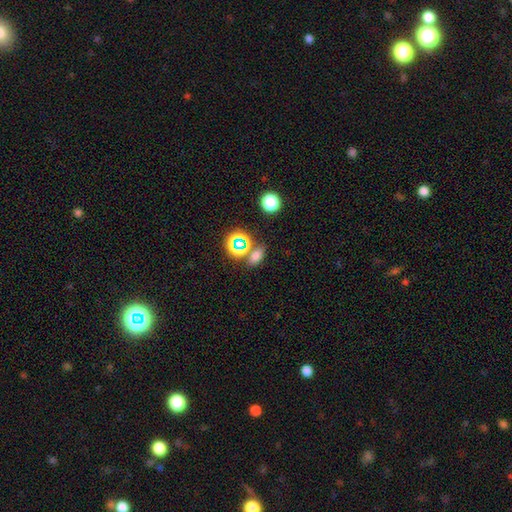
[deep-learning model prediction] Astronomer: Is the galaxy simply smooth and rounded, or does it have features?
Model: smooth — 64%.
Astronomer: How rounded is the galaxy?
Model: in between — 70%.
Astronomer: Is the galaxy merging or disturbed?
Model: none — 74%.